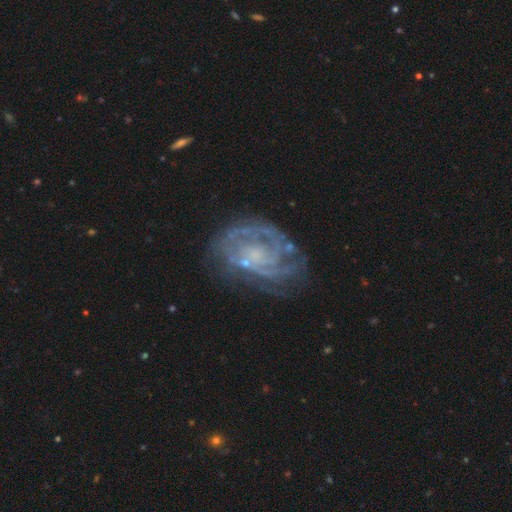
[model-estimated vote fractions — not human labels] This is clearly a featured or disk galaxy (84%). It is clearly not viewed edge-on (98%). Bar: likely no (69%). Spiral arm pattern: clearly yes (89%). Spiral arm count: marginally can't tell (34%). Spiral winding: possibly tight (60%). Central bulge: possibly small (49%). Merging: likely none (61%).